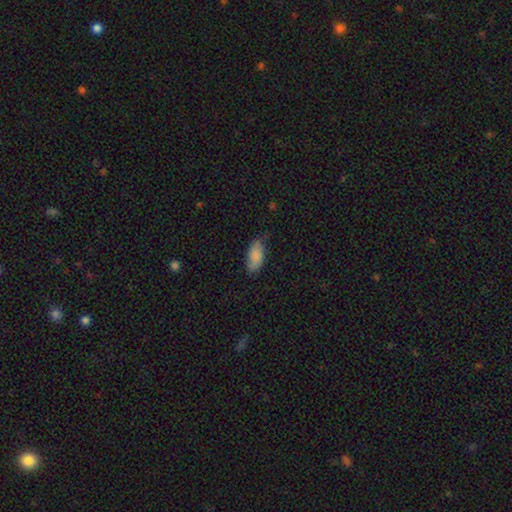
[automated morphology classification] smooth-or-featured: smooth: 84% | featured or disk: 9% | star or artifact: 7%
  how-rounded: in between: 89% | cigar-shaped: 9% | round: 2%
  merging: none: 69% | minor disturbance: 25% | major disturbance: 5% | merger: 1%